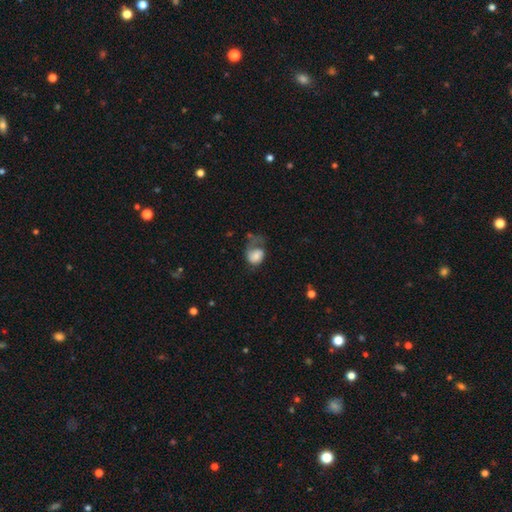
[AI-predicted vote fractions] This appears to be a smooth galaxy with no disk features (60%) that is in between round and cigar-shaped (54%). Merging: major disturbance (50%).